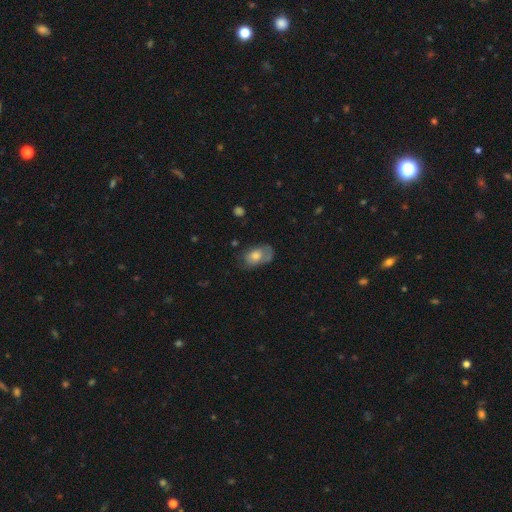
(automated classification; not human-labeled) Smooth or featured: smooth — 61% (featured or disk — 32%)
How rounded: in between — 86% (round — 12%)
Merging: none — 49% (minor disturbance — 30%)